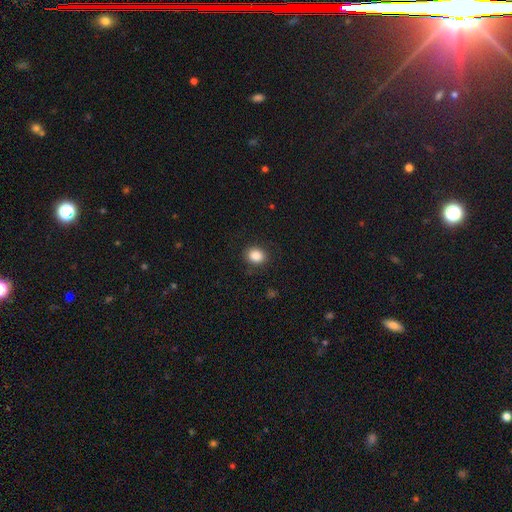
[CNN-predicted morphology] Smooth or featured? smooth (87%)
How rounded? round (58%)
Merging? none (87%)